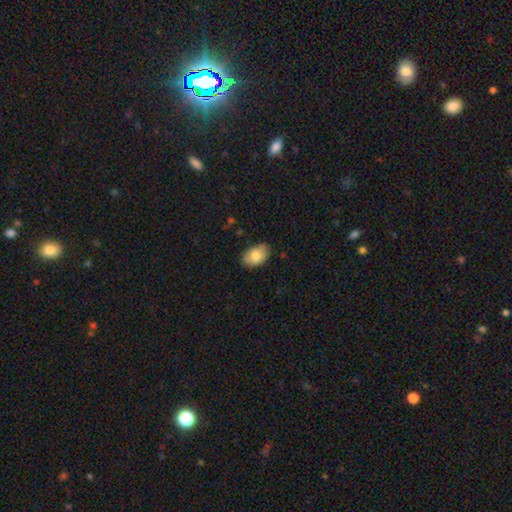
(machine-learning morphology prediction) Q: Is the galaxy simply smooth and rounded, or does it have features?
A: smooth — 82%.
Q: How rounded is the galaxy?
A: in between — 90%.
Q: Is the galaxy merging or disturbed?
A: none — 84%.